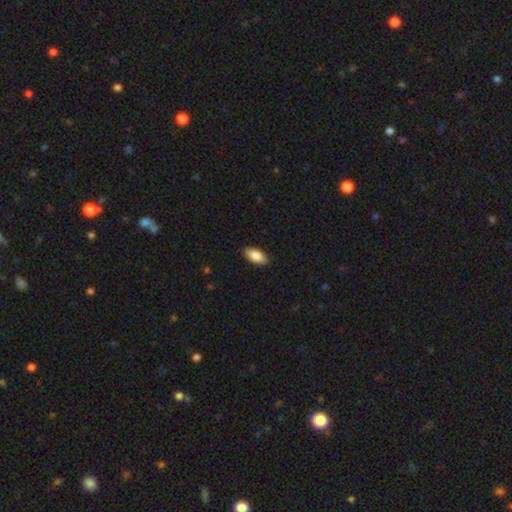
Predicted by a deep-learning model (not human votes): Q: Smooth or featured?
A: smooth (82%); runner-up: featured or disk (12%)
Q: How rounded?
A: in between (89%); runner-up: cigar-shaped (9%)
Q: Merging?
A: none (89%); runner-up: minor disturbance (9%)